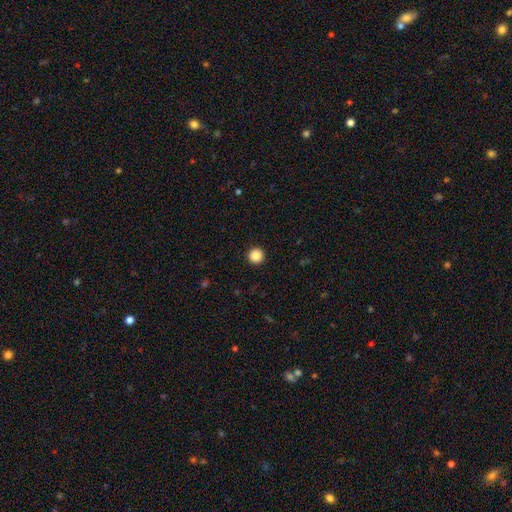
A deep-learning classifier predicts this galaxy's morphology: Smooth or featured? smooth (87%)
How rounded? round (97%)
Merging? none (93%)